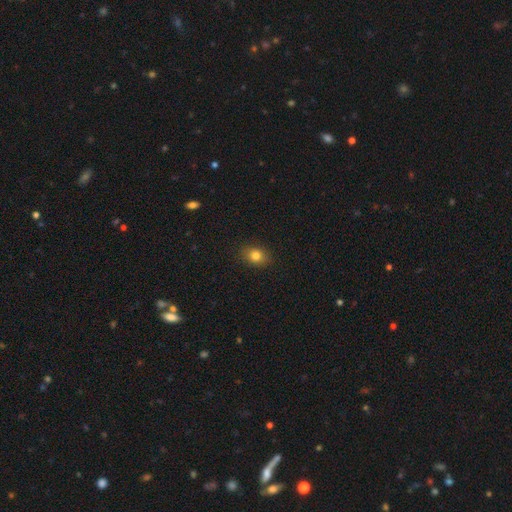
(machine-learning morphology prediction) Q: Smooth or featured?
A: smooth (81%); runner-up: star or artifact (11%)
Q: How rounded?
A: in between (57%); runner-up: round (41%)
Q: Merging?
A: none (88%); runner-up: minor disturbance (9%)